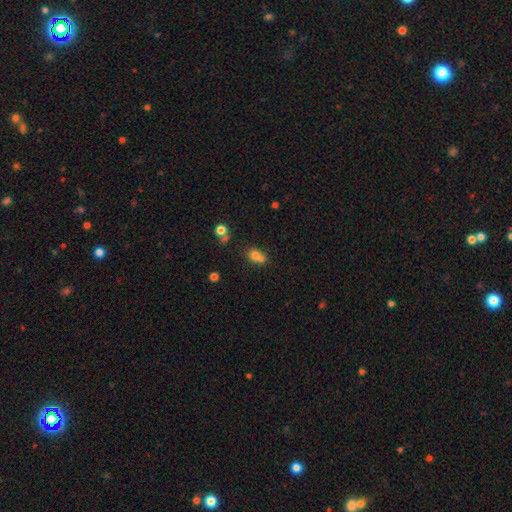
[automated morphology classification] This is likely a smooth galaxy (72%). How rounded: possibly round (58%). Merging: possibly merger (49%).